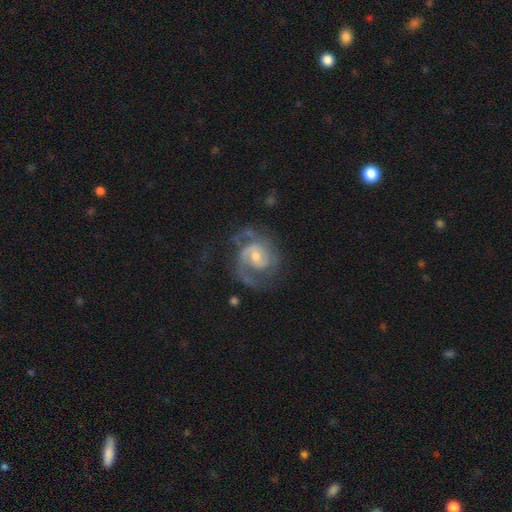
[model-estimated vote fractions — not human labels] A featured or disk galaxy (87%) with a weak bar (46%), 2 (59%) medium (46%) spiral arms (96%) and a small central bulge (48%).

Vote fractions:
- Smooth or featured? featured or disk: 87% / smooth: 7% / star or artifact: 5%
- Edge-on disk? no: 98% / yes: 2%
- Bar? weak: 46% / no: 45% / strong: 10%
- Spiral arms? yes: 96% / no: 4%
- Spiral winding? medium: 46% / tight: 40% / loose: 13%
- Spiral arm count? 2: 59% / can't tell: 13% / 3: 12% / 1: 10% / 4: 3% / more than 4: 3%
- Bulge size? small: 48% / moderate: 45% / large: 3% / none: 3% / dominant: 1%
- Merging? none: 61% / minor disturbance: 19% / major disturbance: 18% / merger: 2%